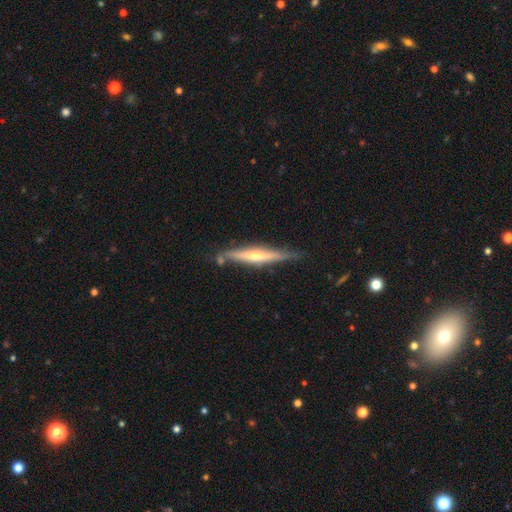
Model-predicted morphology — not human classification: The model was most divided on "smooth or featured": featured or disk: 66%, smooth: 29%, star or artifact: 5%. More confident: edge-on disk — yes (95%); merging — none (75%); edge-on bulge — rounded (73%).